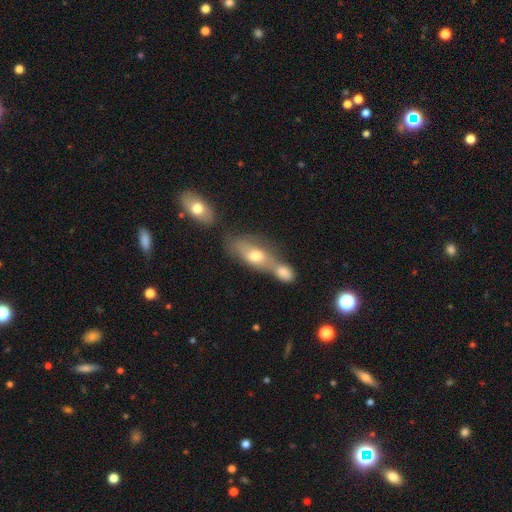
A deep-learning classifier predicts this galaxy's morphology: The model was most divided on "smooth or featured": smooth: 63%, featured or disk: 28%, star or artifact: 8%. More confident: how rounded — in between (79%); merging — merger (63%).